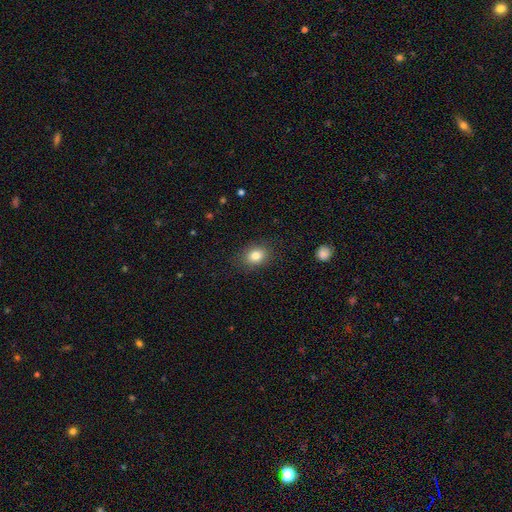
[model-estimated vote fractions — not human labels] Q: Smooth or featured?
A: smooth (82%); runner-up: star or artifact (10%)
Q: How rounded?
A: in between (56%); runner-up: round (43%)
Q: Merging?
A: none (86%); runner-up: minor disturbance (10%)